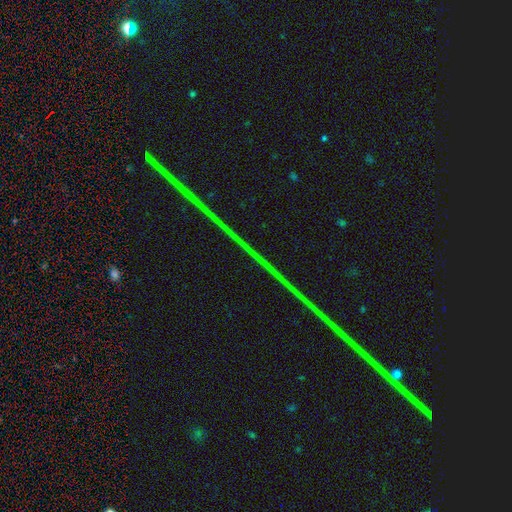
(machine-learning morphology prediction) Smooth or featured: star or artifact — 88% (featured or disk — 8%)